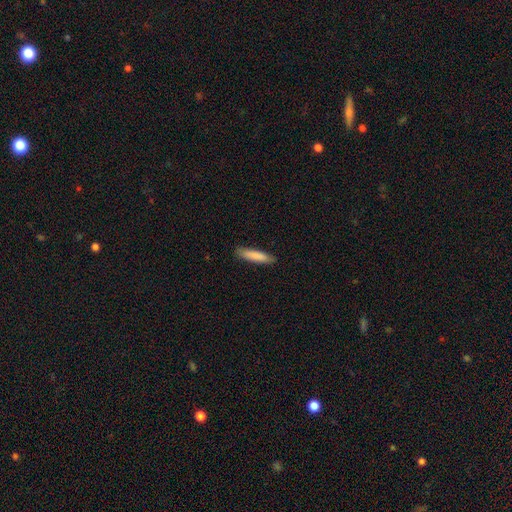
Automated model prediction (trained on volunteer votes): smooth_or_featured: smooth (p=0.85) [alt: featured or disk p=0.10]
how_rounded: cigar-shaped (p=0.83) [alt: in between p=0.16]
merging: none (p=0.87) [alt: minor disturbance p=0.10]